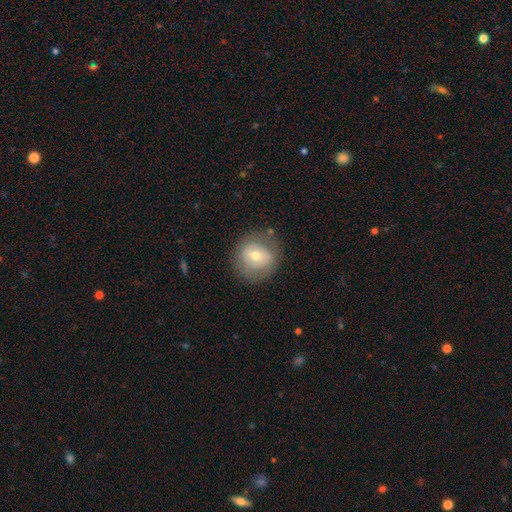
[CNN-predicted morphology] This appears to be a smooth galaxy with no disk features (58%) that is round (86%). Merging: none (76%).